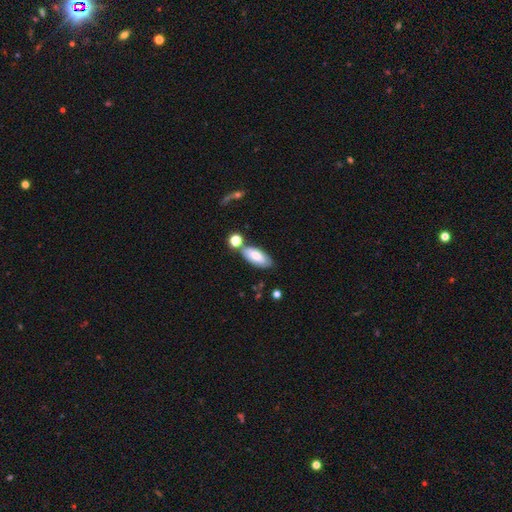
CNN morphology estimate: smooth_or_featured: smooth (p=0.73) [alt: featured or disk p=0.20]
how_rounded: in between (p=0.85) [alt: cigar-shaped p=0.12]
merging: none (p=0.67) [alt: merger p=0.15]